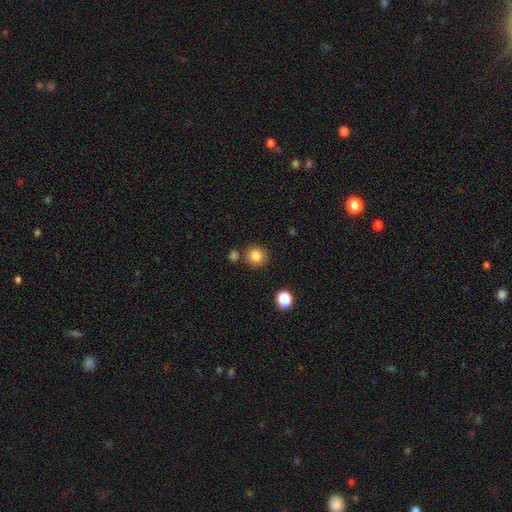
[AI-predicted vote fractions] Smooth or featured? smooth (83%)
How rounded? round (90%)
Merging? none (80%)